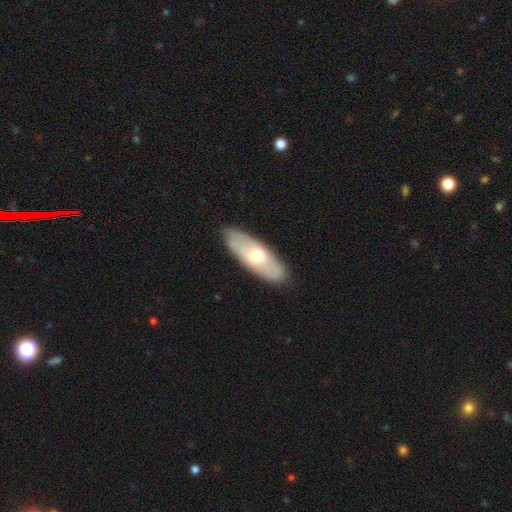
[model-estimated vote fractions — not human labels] This appears to be a smooth galaxy with no disk features (51%) that is in between round and cigar-shaped (66%). Merging: none (87%).